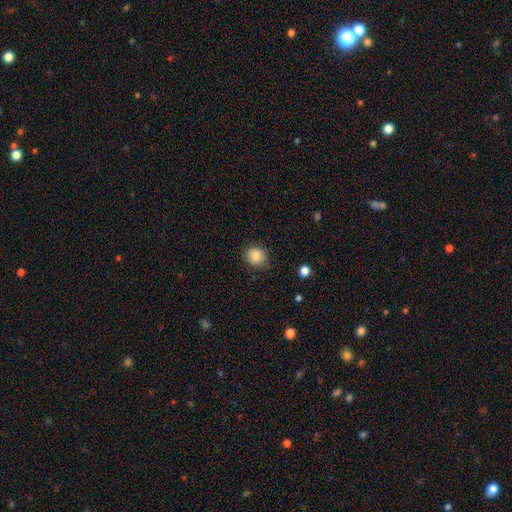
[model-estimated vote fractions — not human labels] Morphology: type=smooth (85%); roundness=round (88%); merging=none (85%).